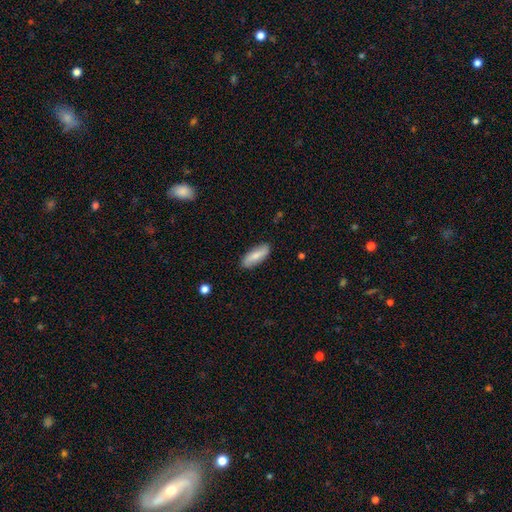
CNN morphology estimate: Smooth or featured? Predicted: smooth (p=0.72). How rounded? Predicted: in between (p=0.70). Merging? Predicted: none (p=0.85).